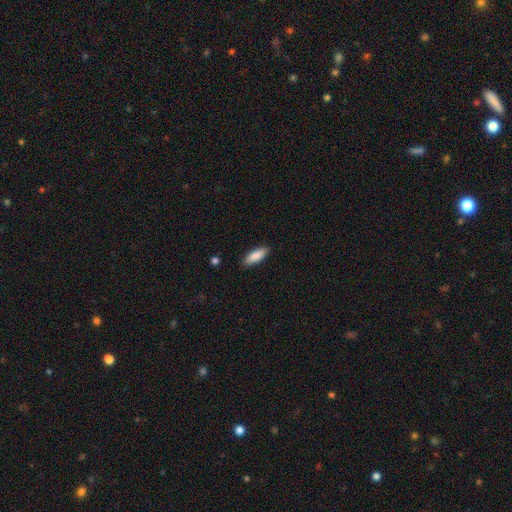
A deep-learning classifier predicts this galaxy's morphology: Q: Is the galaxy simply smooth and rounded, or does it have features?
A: smooth — 87%.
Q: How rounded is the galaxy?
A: in between — 67%.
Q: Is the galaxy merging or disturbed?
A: none — 87%.